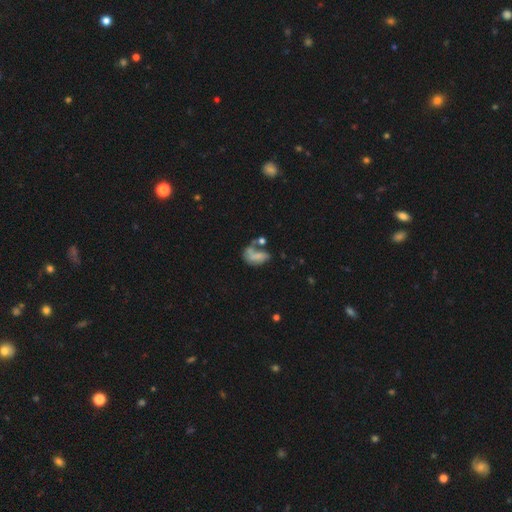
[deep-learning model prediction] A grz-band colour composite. It shows a featured or disk galaxy (44%, tied with smooth). Merging: major disturbance (31%).